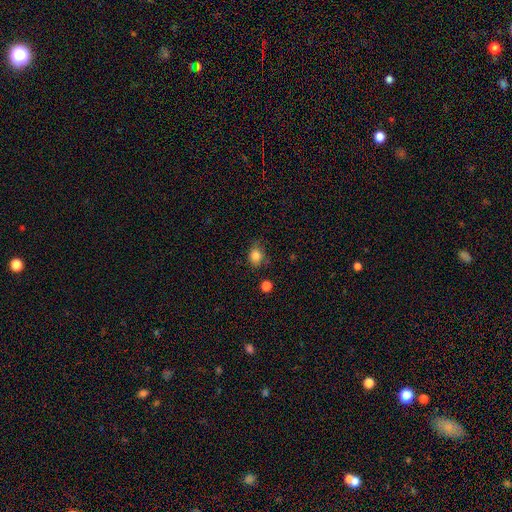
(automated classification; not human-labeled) Smooth or featured? smooth (82%)
How rounded? round (59%)
Merging? none (66%)